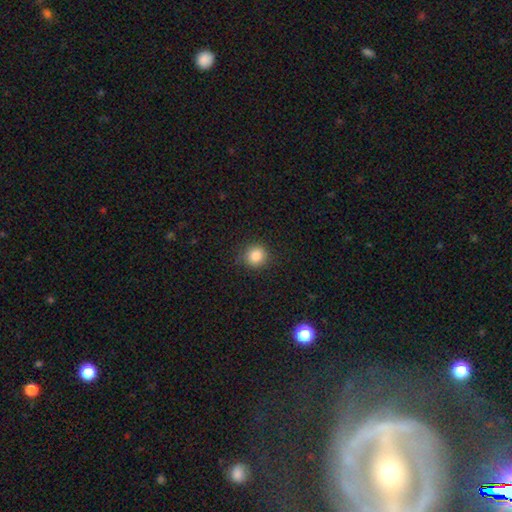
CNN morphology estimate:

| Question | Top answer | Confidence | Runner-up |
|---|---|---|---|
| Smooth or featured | smooth | 85% | star or artifact (10%) |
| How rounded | round | 89% | in between (10%) |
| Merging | none | 87% | minor disturbance (10%) |